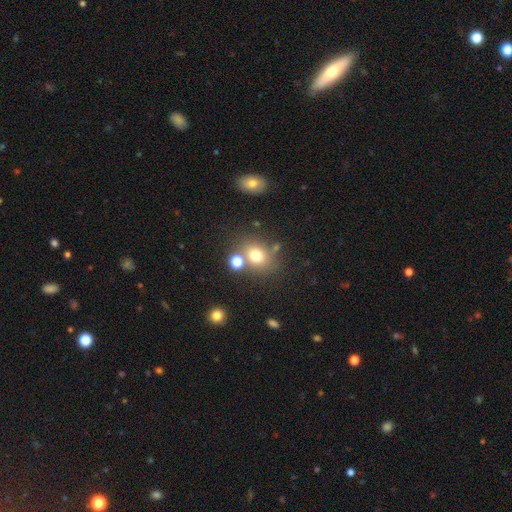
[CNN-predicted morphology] A smooth galaxy with no disk features (72%) that is round (67%).

Vote fractions:
- Smooth or featured? smooth: 72% / star or artifact: 16% / featured or disk: 12%
- How rounded? round: 67% / in between: 32% / cigar-shaped: 1%
- Merging? none: 64% / merger: 19% / minor disturbance: 12% / major disturbance: 5%